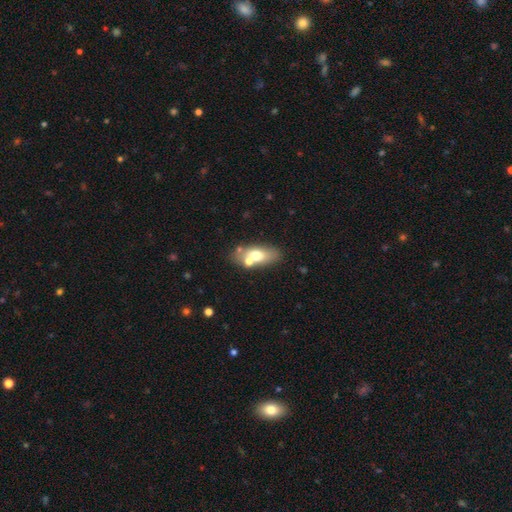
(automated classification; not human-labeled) Morphology: type=smooth (62%); roundness=in between (81%); merging=none (60%).